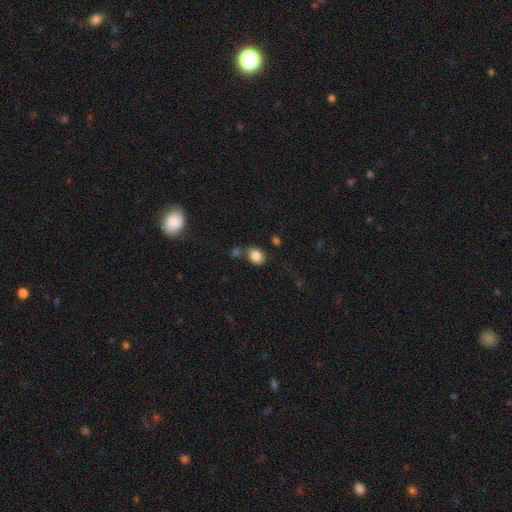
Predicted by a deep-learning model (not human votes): smooth-or-featured: smooth: 85% | star or artifact: 9% | featured or disk: 6%
  how-rounded: in between: 66% | round: 33% | cigar-shaped: 1%
  merging: none: 62% | minor disturbance: 17% | merger: 16% | major disturbance: 5%